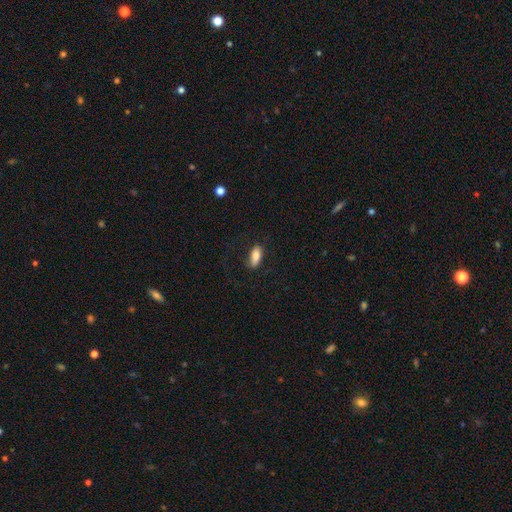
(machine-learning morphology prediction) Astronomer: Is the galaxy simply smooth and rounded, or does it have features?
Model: smooth — 83%.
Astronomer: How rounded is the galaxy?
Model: in between — 80%.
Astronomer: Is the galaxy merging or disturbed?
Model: none — 77%.